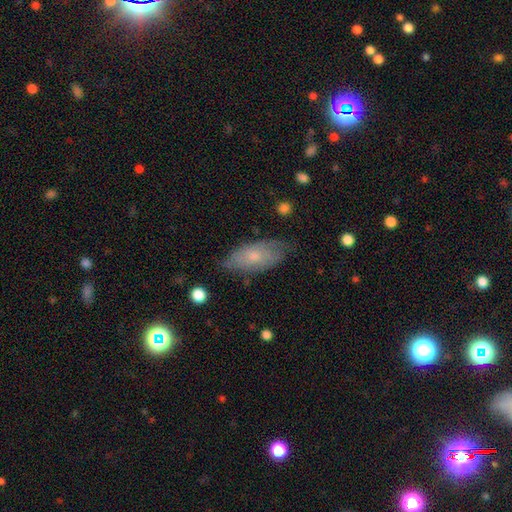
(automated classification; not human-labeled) Q: Smooth or featured?
A: smooth (61%); runner-up: featured or disk (33%)
Q: How rounded?
A: in between (88%); runner-up: cigar-shaped (9%)
Q: Merging?
A: none (63%); runner-up: minor disturbance (28%)